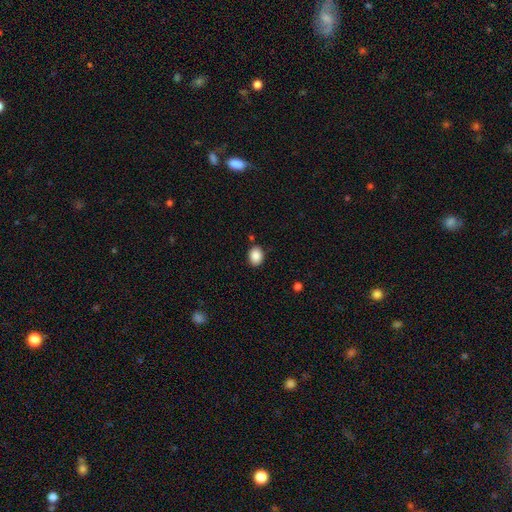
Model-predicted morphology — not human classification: Q: Smooth or featured?
A: smooth (88%); runner-up: star or artifact (8%)
Q: How rounded?
A: in between (55%); runner-up: round (44%)
Q: Merging?
A: none (85%); runner-up: minor disturbance (10%)